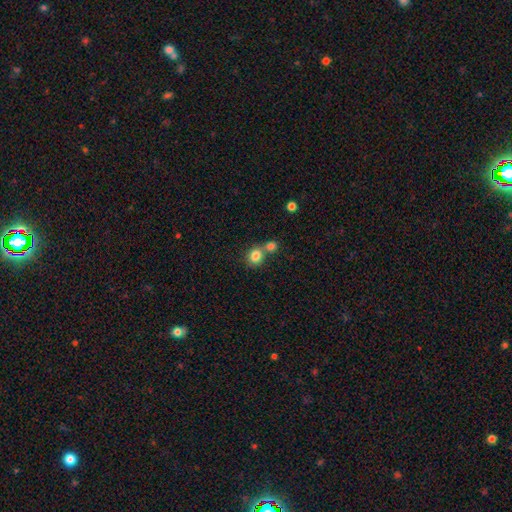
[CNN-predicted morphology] smooth_or_featured: smooth (p=0.82) [alt: star or artifact p=0.11]
how_rounded: round (p=0.80) [alt: in between p=0.19]
merging: none (p=0.48) [alt: merger p=0.42]